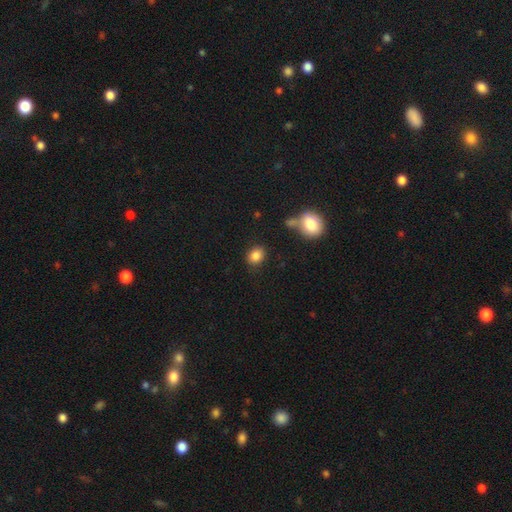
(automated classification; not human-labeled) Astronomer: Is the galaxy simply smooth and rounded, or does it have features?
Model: smooth — 86%.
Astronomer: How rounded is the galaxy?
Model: round — 51% (runner-up: in between, 48%).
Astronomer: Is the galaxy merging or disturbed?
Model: none — 81%.